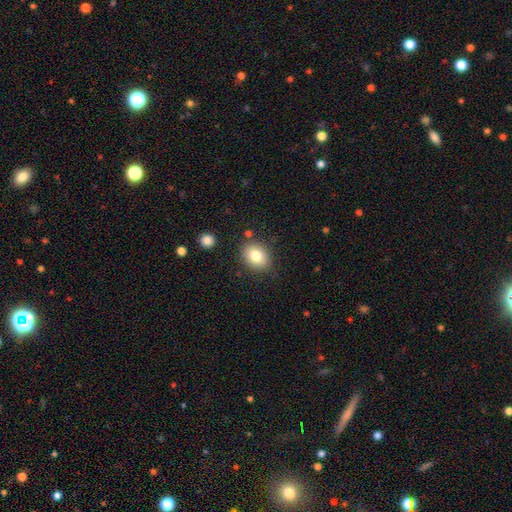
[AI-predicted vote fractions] Smooth or featured: smooth — 82% (featured or disk — 9%)
How rounded: in between — 66% (round — 33%)
Merging: none — 82% (minor disturbance — 12%)